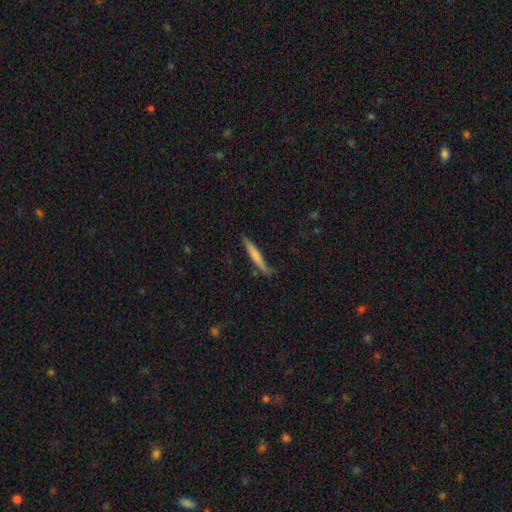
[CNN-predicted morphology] Q: Smooth or featured?
A: smooth (61%); runner-up: featured or disk (34%)
Q: How rounded?
A: cigar-shaped (94%); runner-up: in between (5%)
Q: Merging?
A: none (68%); runner-up: minor disturbance (23%)